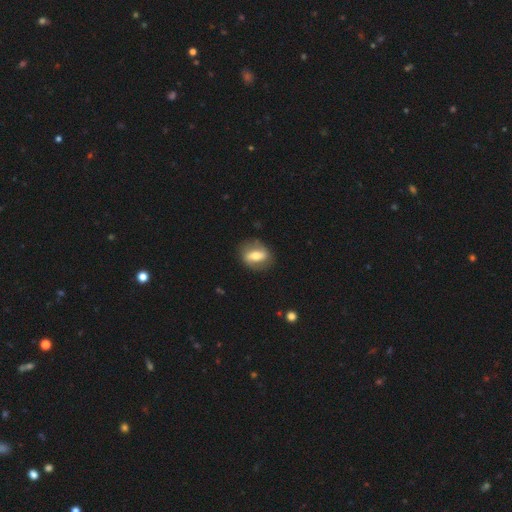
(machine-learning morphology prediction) Smooth or featured?
  - featured or disk: 50% *
  - smooth: 43%
  - star or artifact: 7%
Merging?
  - none: 81% *
  - minor disturbance: 13%
  - major disturbance: 5%
  - merger: 1%